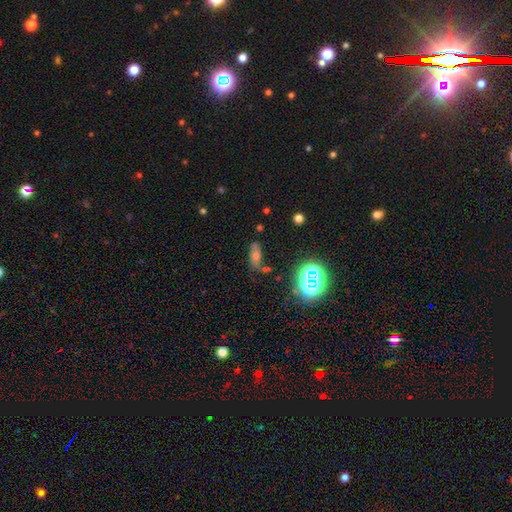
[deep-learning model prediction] The model was most divided on "smooth or featured": smooth: 52%, star or artifact: 25%, featured or disk: 23%. More confident: how rounded — in between (73%); merging — none (57%).